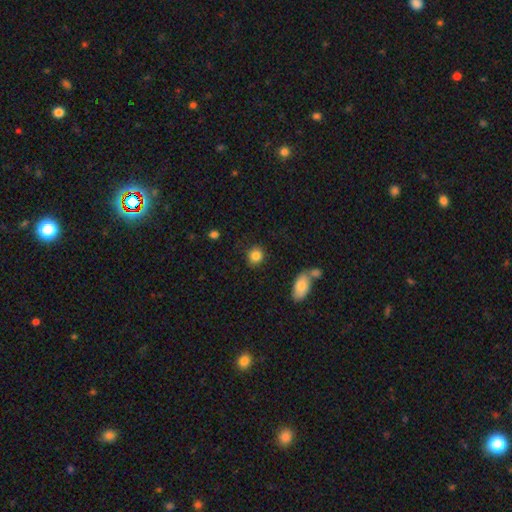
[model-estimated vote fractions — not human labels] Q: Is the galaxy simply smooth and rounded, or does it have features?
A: smooth — 85%.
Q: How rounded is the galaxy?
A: round — 81%.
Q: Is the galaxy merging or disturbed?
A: none — 84%.